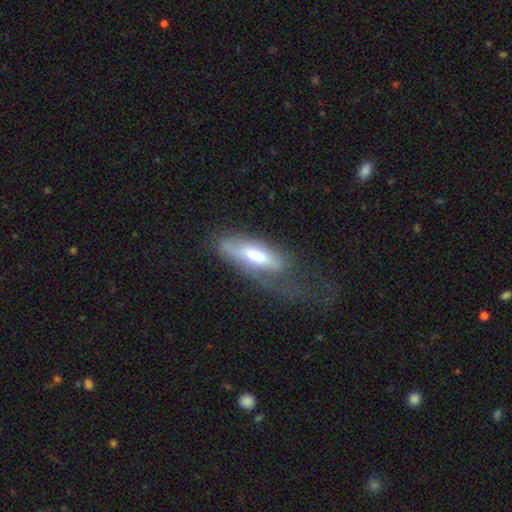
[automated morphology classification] A smooth galaxy with no disk features (54%) that is in between round and cigar-shaped (60%).

Vote fractions:
- Smooth or featured? smooth: 54% / featured or disk: 40% / star or artifact: 6%
- How rounded? in between: 60% / cigar-shaped: 38% / round: 2%
- Merging? major disturbance: 43% / none: 28% / minor disturbance: 26% / merger: 2%